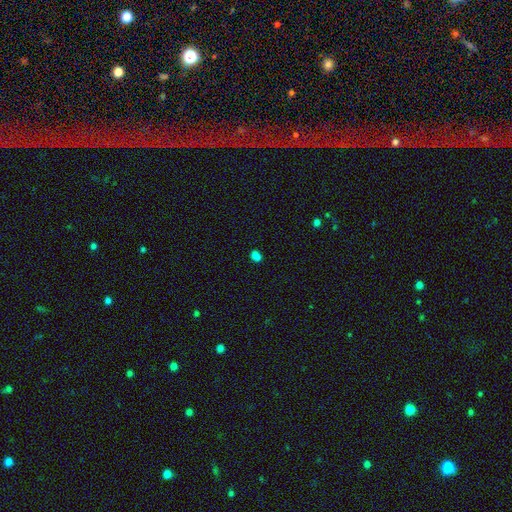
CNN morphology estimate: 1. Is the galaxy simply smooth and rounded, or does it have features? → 70% smooth, 24% star or artifact, 5% featured or disk.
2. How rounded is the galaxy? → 66% in between, 33% round, 2% cigar-shaped.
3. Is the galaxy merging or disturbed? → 70% none, 14% minor disturbance, 12% merger, 4% major disturbance.